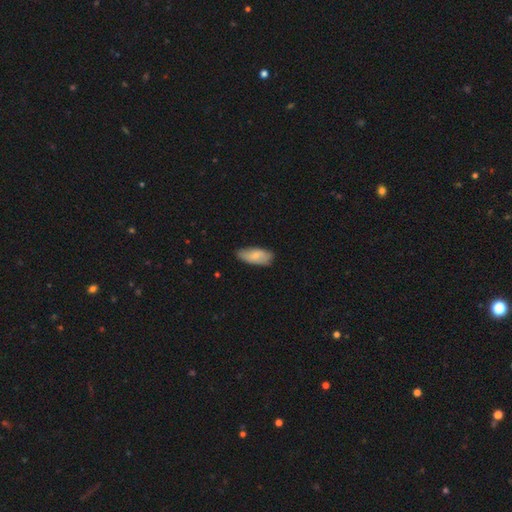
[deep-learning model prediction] smooth 77%, featured or disk 17%, star or artifact 6%. Down the decision tree: how rounded — in between (86%); merging — none (76%).